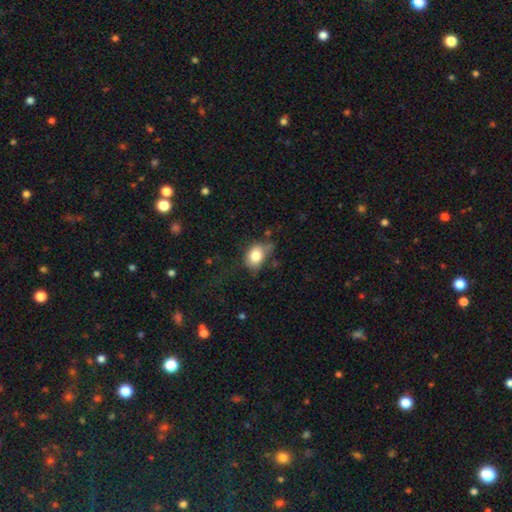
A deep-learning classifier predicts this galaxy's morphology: Q: Smooth or featured?
A: smooth (80%); runner-up: featured or disk (11%)
Q: How rounded?
A: in between (68%); runner-up: round (30%)
Q: Merging?
A: none (42%); runner-up: minor disturbance (35%)